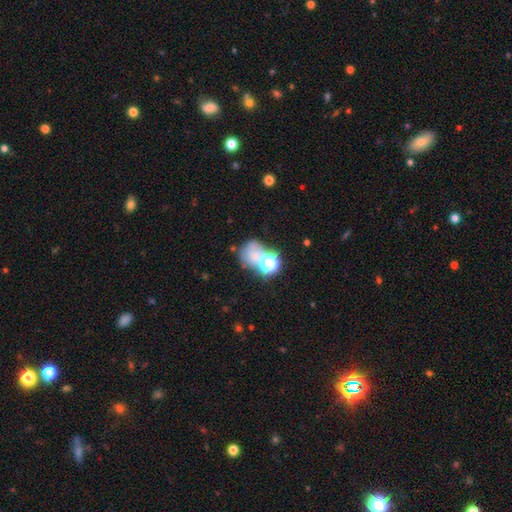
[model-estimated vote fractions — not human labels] Morphology: type=smooth (55%); roundness=round (57%); merging=merger (34%).